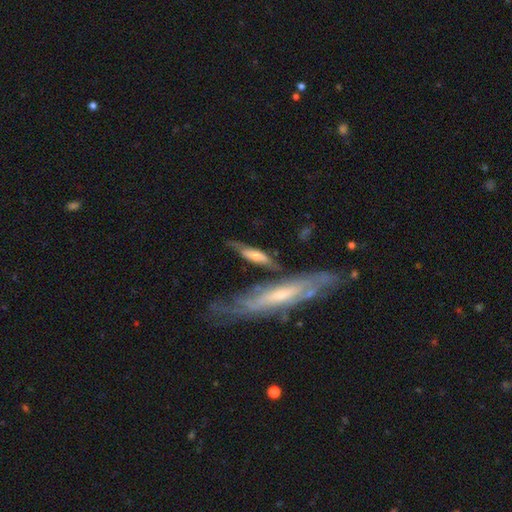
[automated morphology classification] smooth-or-featured: featured or disk: 53% | smooth: 40% | star or artifact: 7%
  disk-edge-on: yes: 65% | no: 35%
  merging: none: 53% | minor disturbance: 21% | merger: 15% | major disturbance: 10%